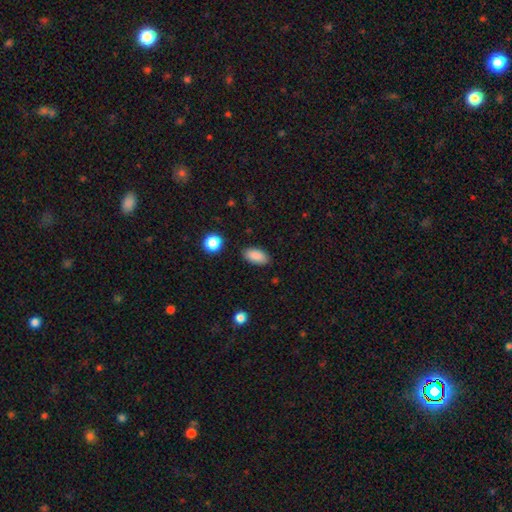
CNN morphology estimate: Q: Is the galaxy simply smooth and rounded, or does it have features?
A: smooth — 88%.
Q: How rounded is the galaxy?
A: in between — 92%.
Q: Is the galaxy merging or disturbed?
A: none — 86%.